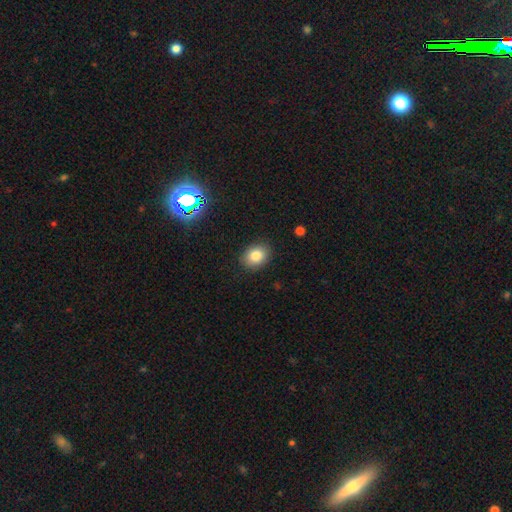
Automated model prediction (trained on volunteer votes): Smooth or featured: smooth — 82% (star or artifact — 10%)
How rounded: in between — 57% (round — 42%)
Merging: none — 88% (minor disturbance — 8%)